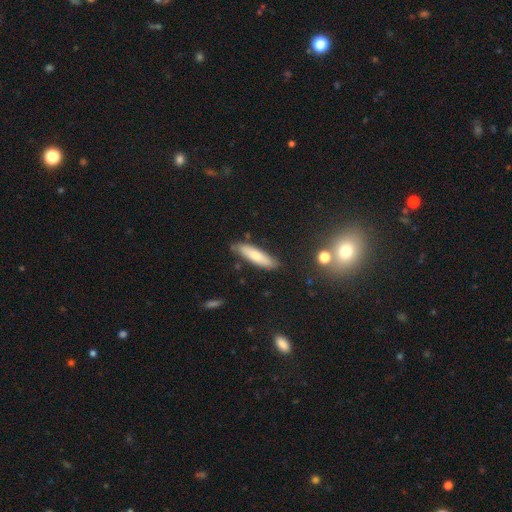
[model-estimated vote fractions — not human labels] The model was most divided on "how rounded": cigar-shaped: 68%, in between: 30%, round: 1%. More confident: merging — none (82%); smooth or featured — smooth (74%).